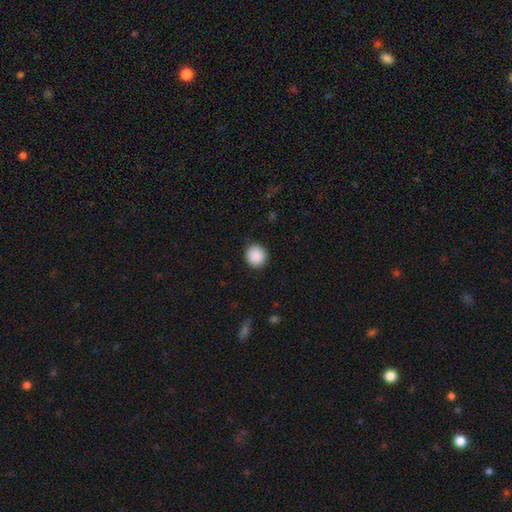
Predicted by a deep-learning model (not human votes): The model was most divided on "smooth or featured": smooth: 90%, star or artifact: 8%, featured or disk: 2%. More confident: how rounded — round (92%); merging — none (90%).